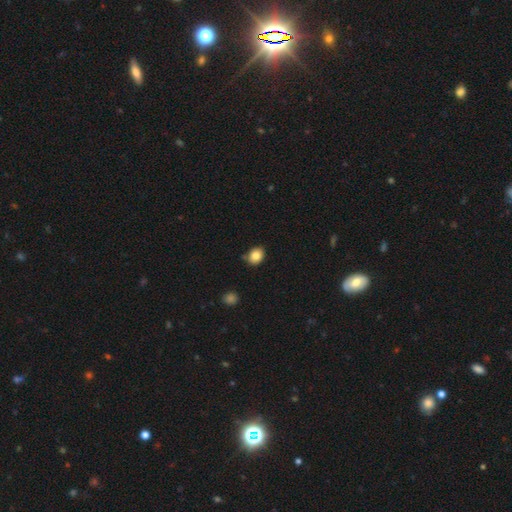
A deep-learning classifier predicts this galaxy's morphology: A smooth galaxy with no disk features (84%) that is round (54%).

Vote fractions:
- Smooth or featured? smooth: 84% / star or artifact: 10% / featured or disk: 6%
- How rounded? round: 54% / in between: 45% / cigar-shaped: 1%
- Merging? none: 76% / minor disturbance: 17% / merger: 4% / major disturbance: 3%